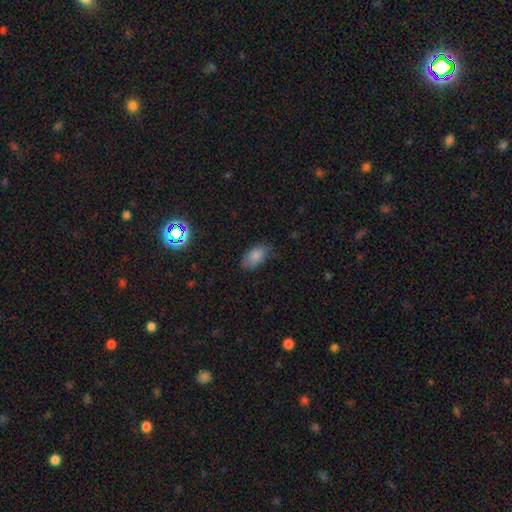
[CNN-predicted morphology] Overall: smooth (83%). How rounded: in between (92%). Merging: none (74%).